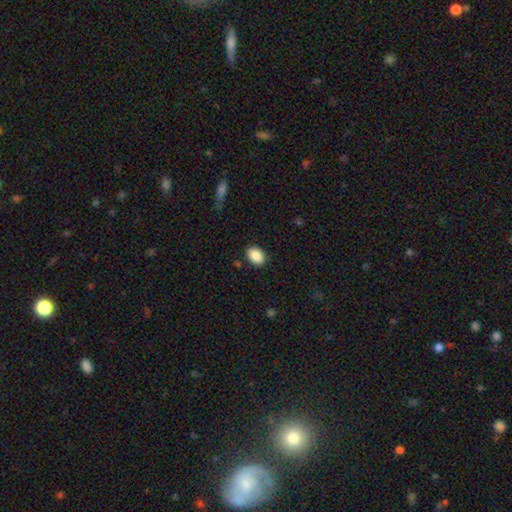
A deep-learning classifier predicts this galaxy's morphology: This is clearly a smooth galaxy (88%). How rounded: likely in between (79%). Merging: clearly none (87%).